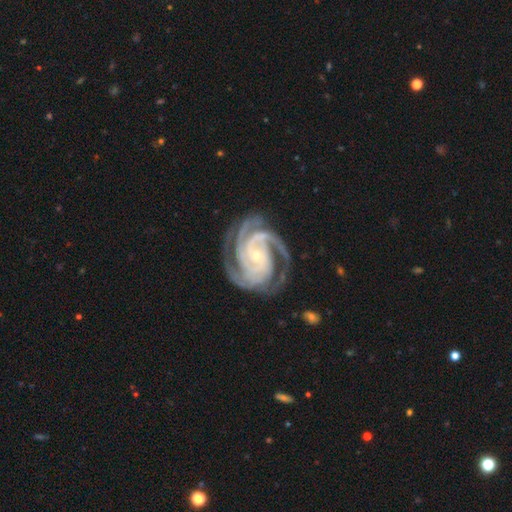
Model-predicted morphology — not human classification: Overall: featured or disk (94%). Edge-on disk: no (98%). Bar: no (60%; weak 23%). Spiral arms: yes (99%). Spiral arm count: 3 (46%; 4 23%). Spiral winding: tight (69%; medium 29%). Bulge size: small (77%). Merging: none (74%).